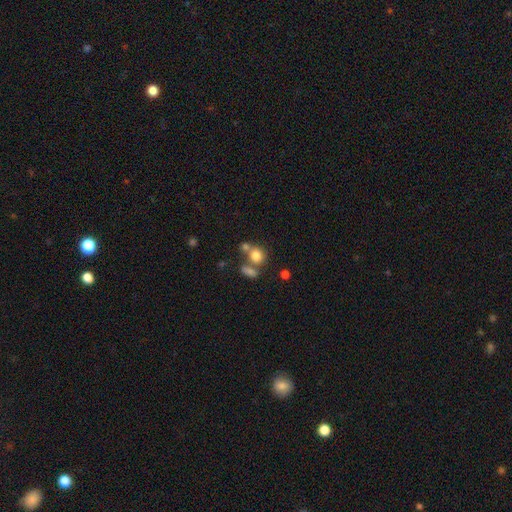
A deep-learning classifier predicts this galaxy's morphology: Smooth or featured? Predicted: smooth (p=0.78). How rounded? Predicted: round (p=0.74). Merging? Predicted: none (p=0.48).